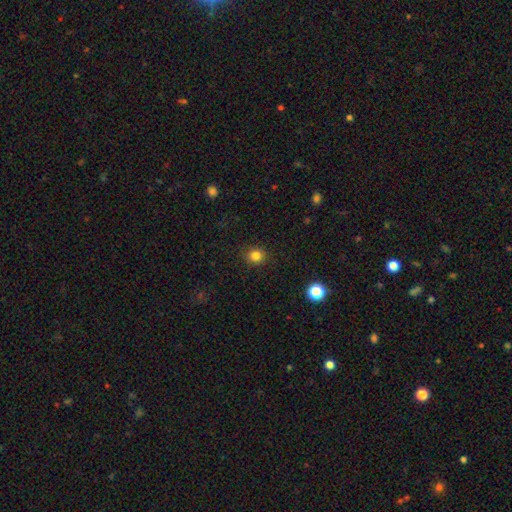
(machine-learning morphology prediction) smooth_or_featured: smooth (p=0.83) [alt: star or artifact p=0.12]
how_rounded: round (p=0.85) [alt: in between p=0.14]
merging: none (p=0.89) [alt: minor disturbance p=0.07]